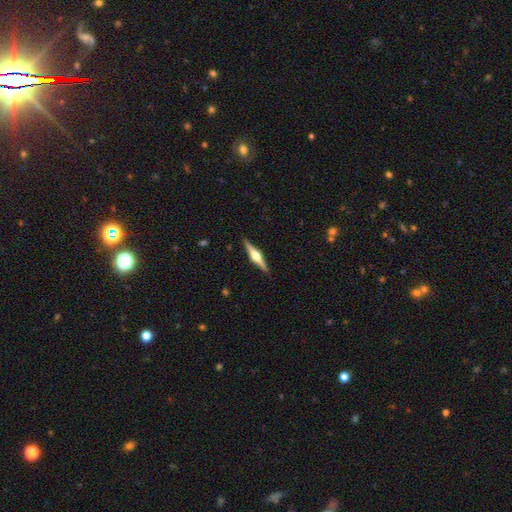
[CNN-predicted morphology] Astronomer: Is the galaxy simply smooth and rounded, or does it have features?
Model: featured or disk — 76%.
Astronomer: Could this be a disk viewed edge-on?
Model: yes — 98%.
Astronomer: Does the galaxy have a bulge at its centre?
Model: rounded — 92%.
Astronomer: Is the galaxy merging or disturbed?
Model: none — 91%.